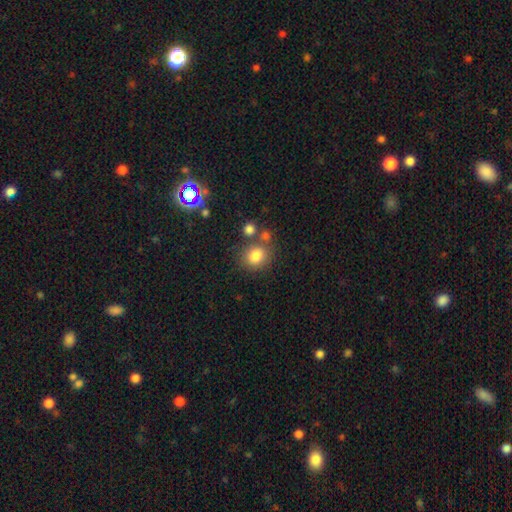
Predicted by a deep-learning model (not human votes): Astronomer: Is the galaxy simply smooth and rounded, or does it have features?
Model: smooth — 80%.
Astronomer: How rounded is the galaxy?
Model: round — 76%.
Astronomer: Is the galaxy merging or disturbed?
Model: none — 69%.